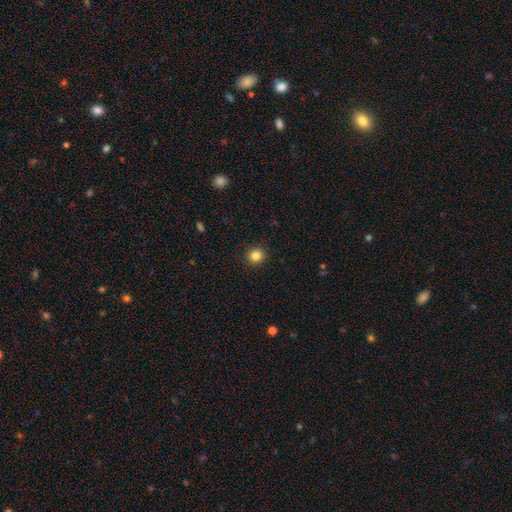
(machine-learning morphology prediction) Smooth or featured: smooth — 84% (star or artifact — 12%)
How rounded: round — 92% (in between — 7%)
Merging: none — 92% (minor disturbance — 5%)